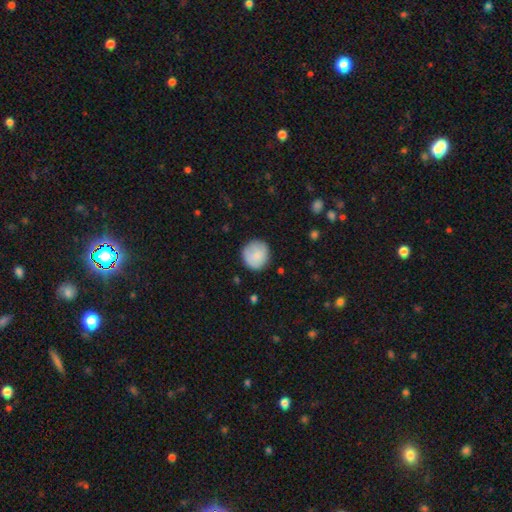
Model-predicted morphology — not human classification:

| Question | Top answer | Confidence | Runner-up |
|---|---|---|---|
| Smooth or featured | smooth | 83% | featured or disk (10%) |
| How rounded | round | 92% | in between (8%) |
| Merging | none | 83% | minor disturbance (12%) |